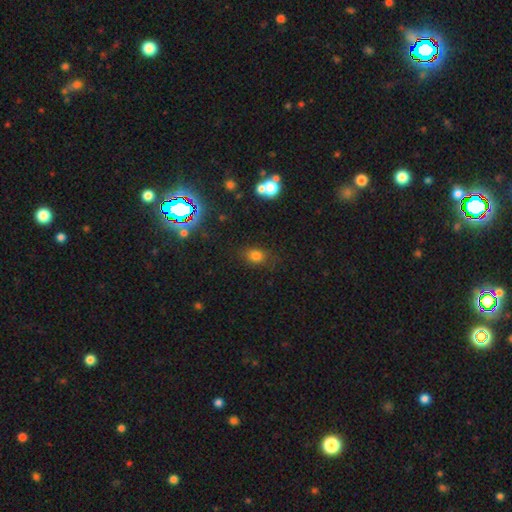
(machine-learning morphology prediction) smooth-or-featured: smooth: 75% | star or artifact: 18% | featured or disk: 8%
  how-rounded: in between: 59% | round: 40% | cigar-shaped: 2%
  merging: none: 78% | minor disturbance: 15% | major disturbance: 5% | merger: 3%